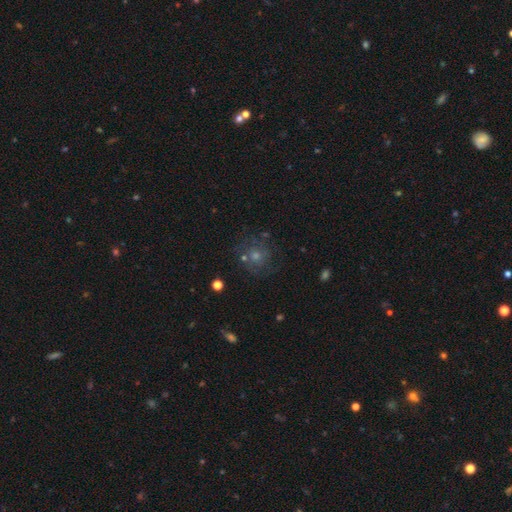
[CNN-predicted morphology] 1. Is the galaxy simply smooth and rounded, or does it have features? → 40% smooth, 32% star or artifact, 27% featured or disk.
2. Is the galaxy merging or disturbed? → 74% none, 13% minor disturbance, 7% major disturbance, 6% merger.